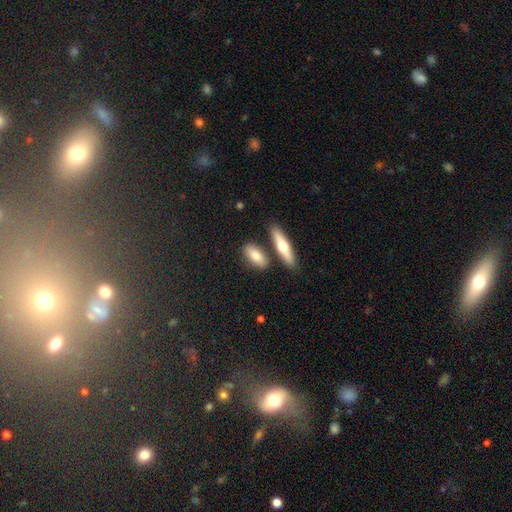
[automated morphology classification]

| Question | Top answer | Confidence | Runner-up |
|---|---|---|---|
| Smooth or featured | smooth | 77% | featured or disk (18%) |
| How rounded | in between | 73% | cigar-shaped (22%) |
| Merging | none | 73% | merger (12%) |